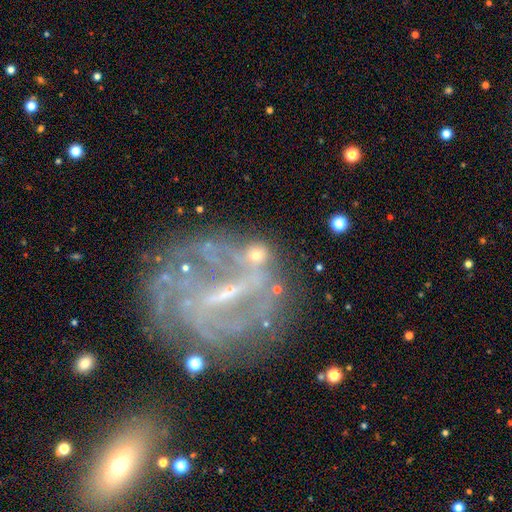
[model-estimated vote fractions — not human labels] smooth_or_featured: featured or disk (p=0.77) [alt: star or artifact p=0.14]
disk_edge_on: no (p=0.96) [alt: yes p=0.04]
bar: strong (p=0.45) [alt: weak p=0.34]
has_spiral_arms: yes (p=0.82) [alt: no p=0.18]
spiral_winding: medium (p=0.40) [alt: tight p=0.35]
spiral_arm_count: can't tell (p=0.30) [alt: 2 p=0.28]
bulge_size: small (p=0.65) [alt: none p=0.23]
merging: none (p=0.55) [alt: major disturbance p=0.19]